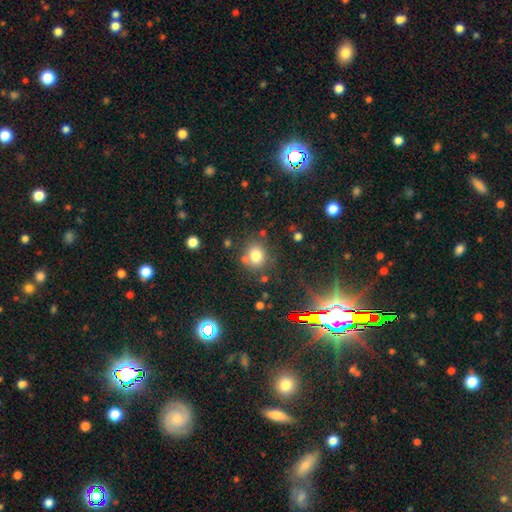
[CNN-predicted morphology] type=smooth (77%); roundness=round (71%); merging=none (71%).